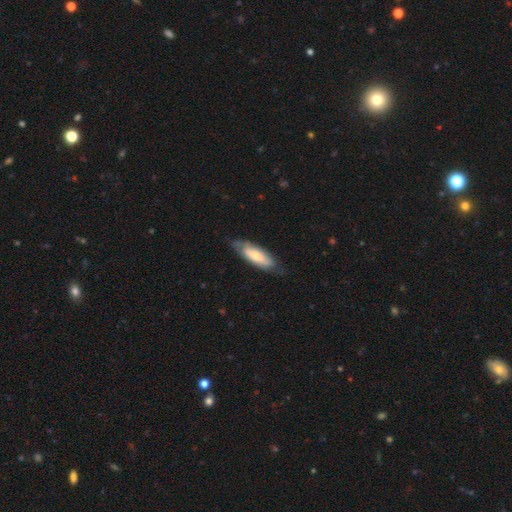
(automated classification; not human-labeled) This appears to be a smooth galaxy with no disk features (62%) that is in between round and cigar-shaped (61%). Merging: none (68%).